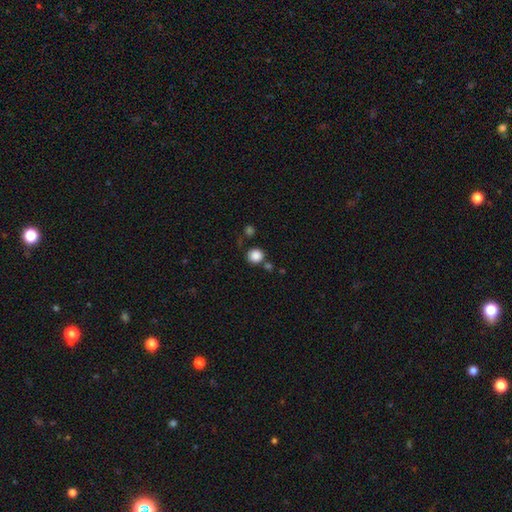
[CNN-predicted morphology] Smooth or featured? smooth (86%)
How rounded? round (90%)
Merging? none (76%)